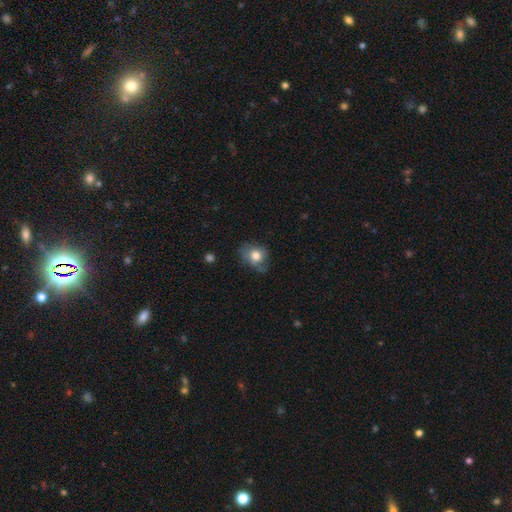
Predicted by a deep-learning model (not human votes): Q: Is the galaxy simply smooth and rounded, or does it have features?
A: smooth — 73%.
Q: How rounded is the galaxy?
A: round — 56%.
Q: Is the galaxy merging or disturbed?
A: none — 55%.